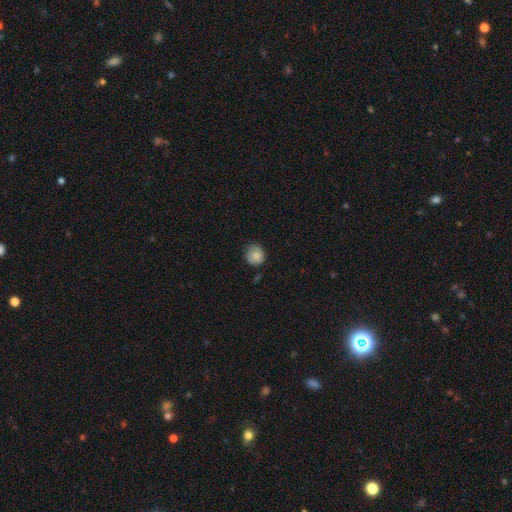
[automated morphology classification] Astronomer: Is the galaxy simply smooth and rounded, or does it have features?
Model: smooth — 84%.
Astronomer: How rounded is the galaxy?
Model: round — 84%.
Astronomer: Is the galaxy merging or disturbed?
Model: none — 73%.